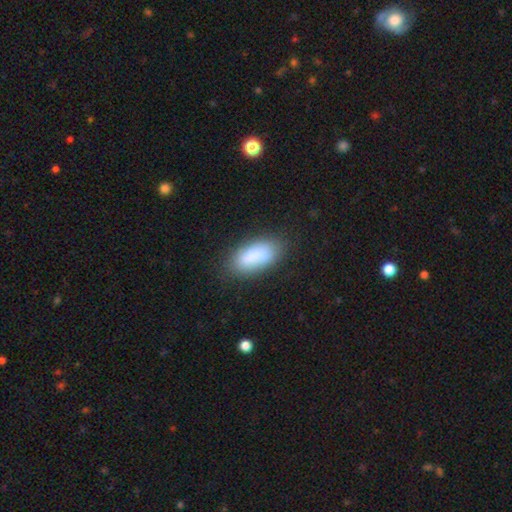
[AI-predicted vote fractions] The model was most divided on "merging": none: 76%, minor disturbance: 17%, major disturbance: 5%, merger: 3%. More confident: how rounded — in between (87%); smooth or featured — smooth (82%).